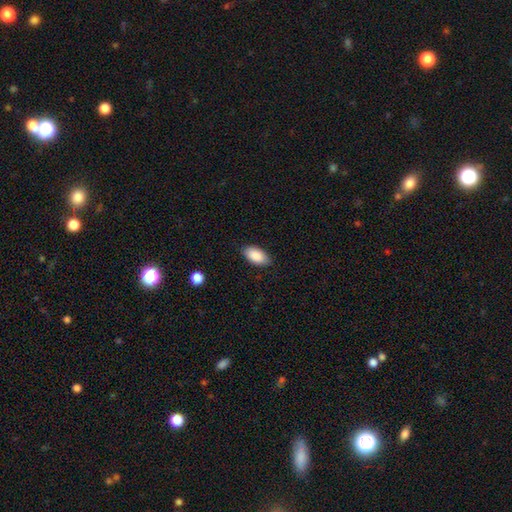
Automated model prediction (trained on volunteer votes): smooth 89%, star or artifact 6%, featured or disk 5%. Down the decision tree: how rounded — in between (95%); merging — none (85%).